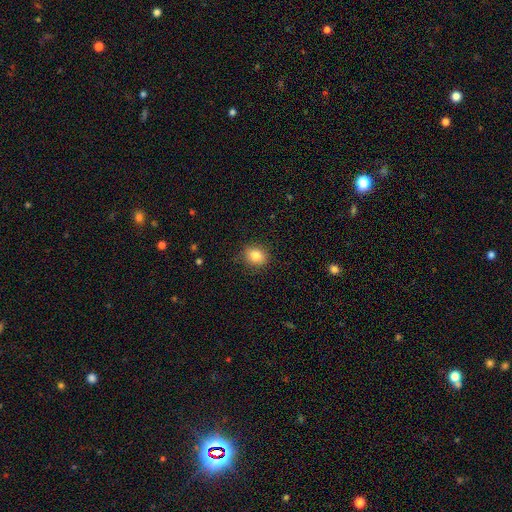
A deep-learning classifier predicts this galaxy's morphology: smooth_or_featured: smooth (p=0.82) [alt: star or artifact p=0.10]
how_rounded: round (p=0.66) [alt: in between p=0.33]
merging: none (p=0.87) [alt: minor disturbance p=0.10]